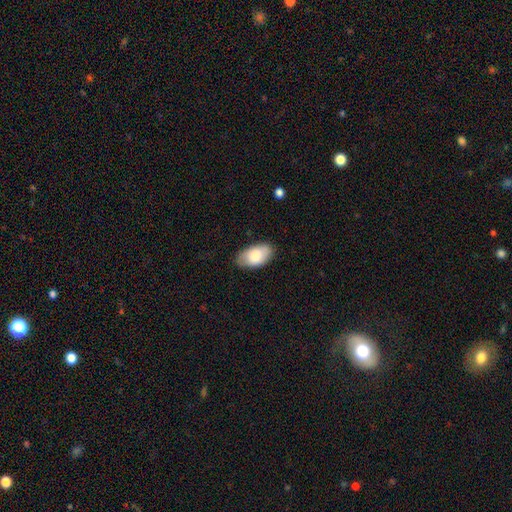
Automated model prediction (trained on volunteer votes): smooth-or-featured: smooth: 81% | featured or disk: 13% | star or artifact: 6%
  how-rounded: in between: 95% | round: 3% | cigar-shaped: 2%
  merging: none: 79% | minor disturbance: 17% | major disturbance: 3% | merger: 1%